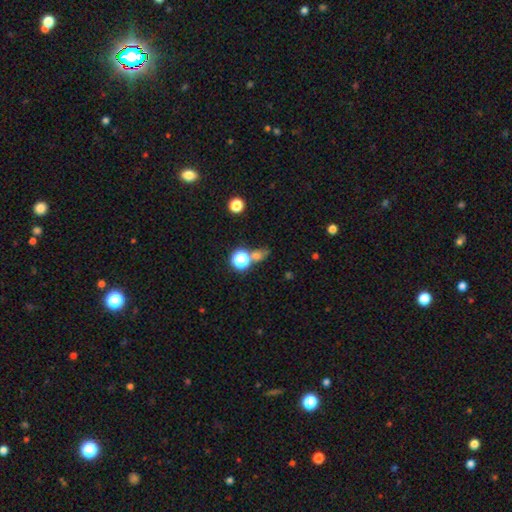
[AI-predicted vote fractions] Morphology: type=smooth (58%); roundness=round (66%); merging=none (55%).